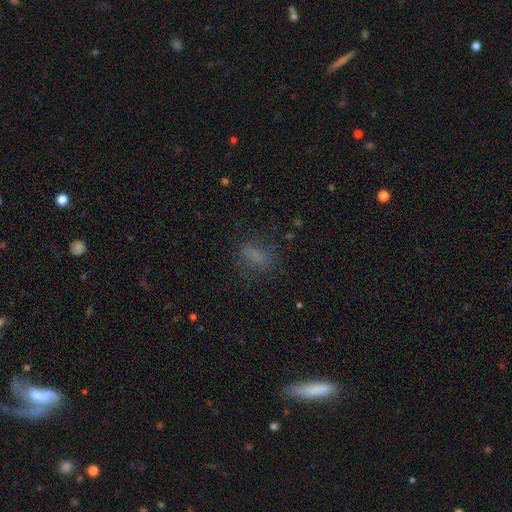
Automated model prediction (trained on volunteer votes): smooth-or-featured: smooth: 65% | star or artifact: 18% | featured or disk: 17%
  how-rounded: in between: 67% | cigar-shaped: 20% | round: 13%
  merging: none: 69% | minor disturbance: 16% | major disturbance: 13% | merger: 2%